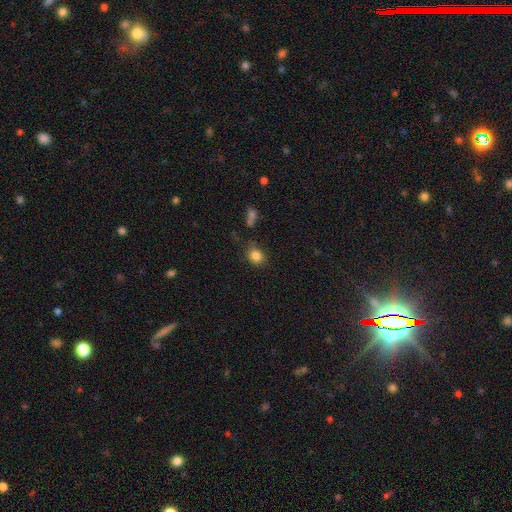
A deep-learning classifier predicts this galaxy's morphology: Q: Smooth or featured?
A: smooth (83%); runner-up: star or artifact (11%)
Q: How rounded?
A: round (62%); runner-up: in between (37%)
Q: Merging?
A: none (72%); runner-up: minor disturbance (18%)